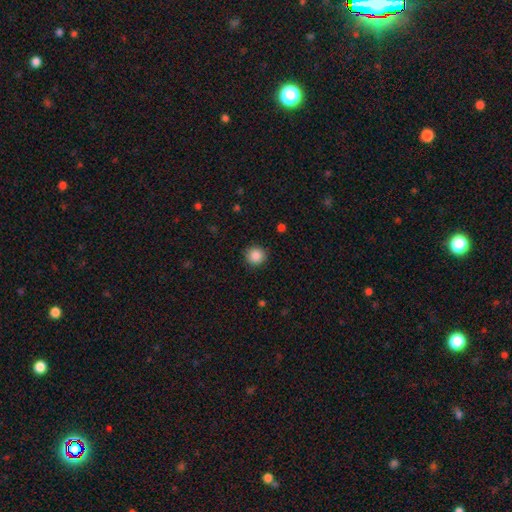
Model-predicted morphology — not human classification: smooth_or_featured: smooth (p=0.87) [alt: star or artifact p=0.09]
how_rounded: round (p=0.94) [alt: in between p=0.05]
merging: none (p=0.91) [alt: minor disturbance p=0.06]